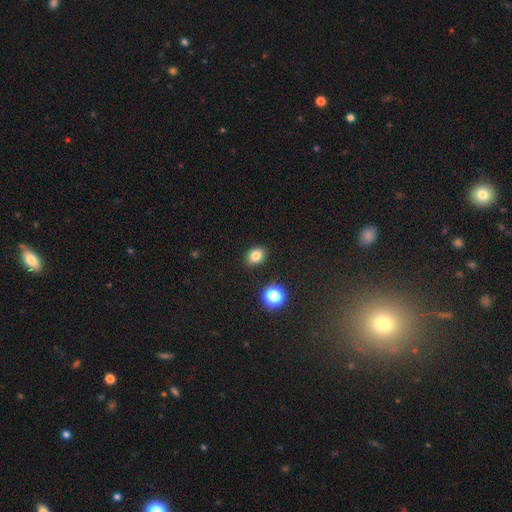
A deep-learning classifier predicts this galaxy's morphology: type=smooth (80%); roundness=in between (70%); merging=none (88%).